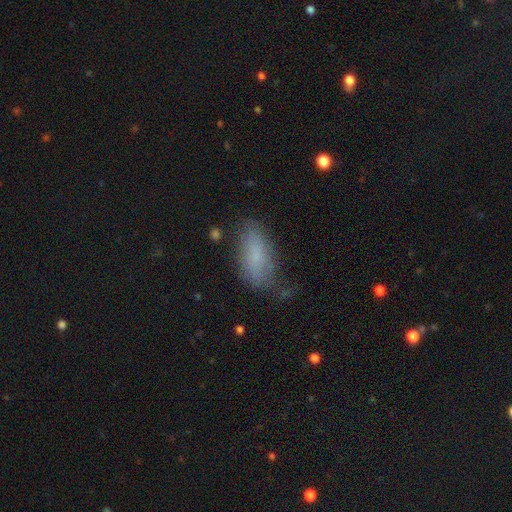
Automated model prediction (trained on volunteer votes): smooth_or_featured: smooth (p=0.76) [alt: featured or disk p=0.15]
how_rounded: in between (p=0.82) [alt: cigar-shaped p=0.15]
merging: none (p=0.59) [alt: minor disturbance p=0.27]